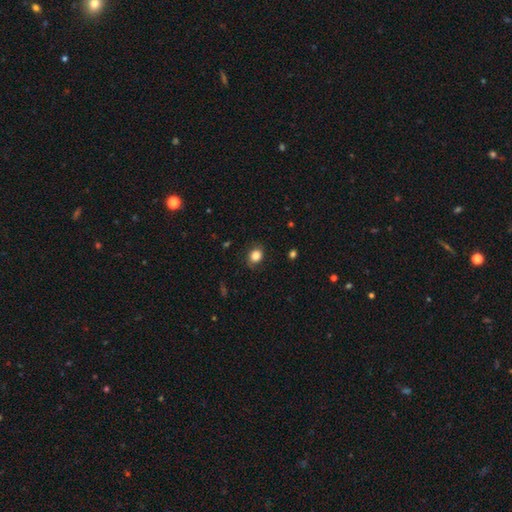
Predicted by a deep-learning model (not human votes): Smooth or featured?
  - smooth: 83% *
  - star or artifact: 9%
  - featured or disk: 7%
How rounded?
  - round: 50% *
  - in between: 49%
  - cigar-shaped: 1%
Merging?
  - none: 80% *
  - minor disturbance: 15%
  - major disturbance: 4%
  - merger: 1%